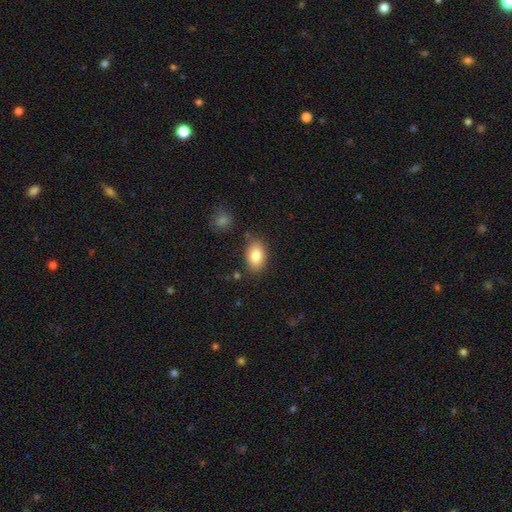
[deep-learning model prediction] smooth_or_featured: smooth (p=0.83) [alt: featured or disk p=0.09]
how_rounded: in between (p=0.89) [alt: round p=0.10]
merging: none (p=0.81) [alt: minor disturbance p=0.13]